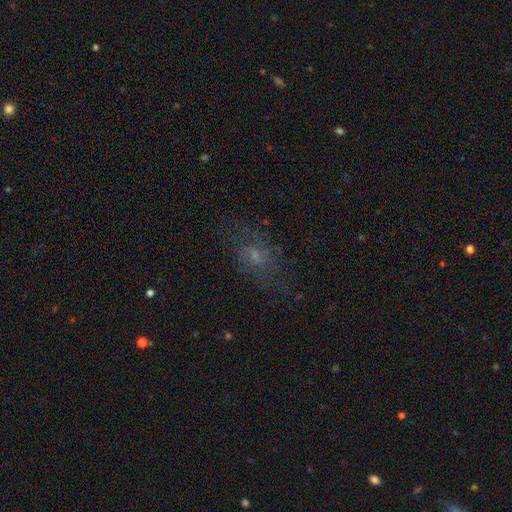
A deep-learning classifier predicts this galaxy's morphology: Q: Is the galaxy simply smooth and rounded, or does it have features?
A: featured or disk — 51%.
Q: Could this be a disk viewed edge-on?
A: no — 94%.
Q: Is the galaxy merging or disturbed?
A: none — 63%.